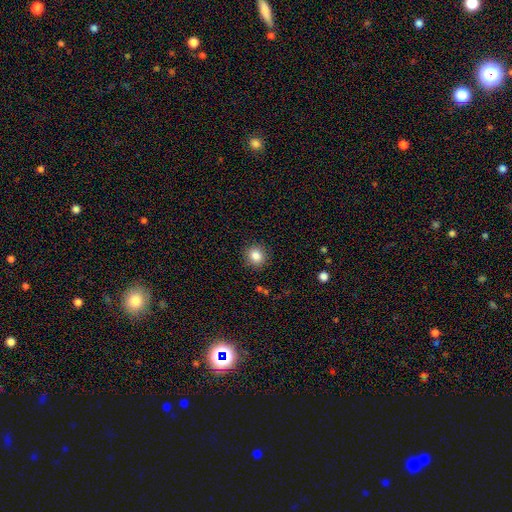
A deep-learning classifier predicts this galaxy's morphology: This is clearly a smooth galaxy (85%). How rounded: clearly round (85%). Merging: clearly none (89%).